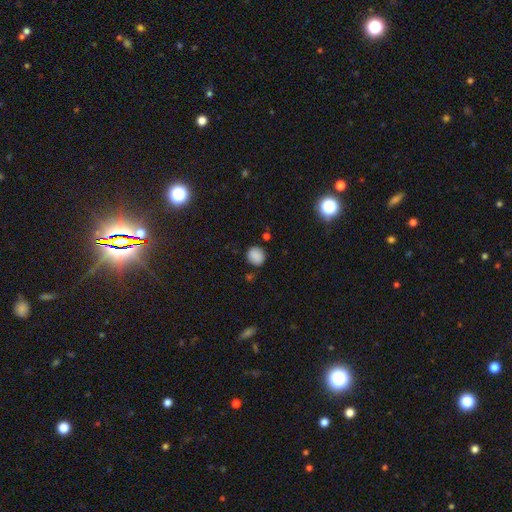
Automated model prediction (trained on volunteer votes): Smooth or featured? smooth (86%)
How rounded? round (82%)
Merging? none (82%)